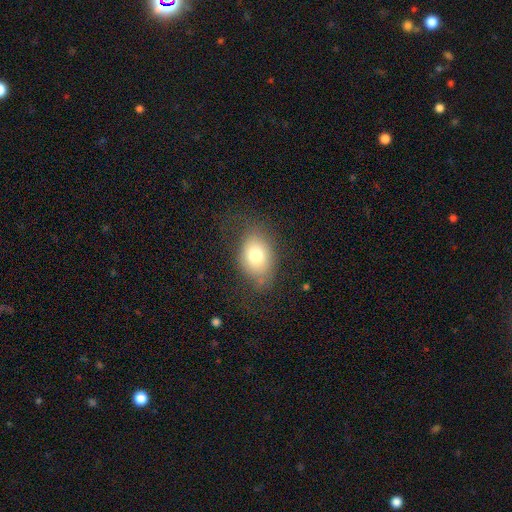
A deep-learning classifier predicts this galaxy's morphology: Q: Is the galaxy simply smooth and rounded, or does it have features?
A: smooth — 74%.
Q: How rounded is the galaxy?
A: in between — 76%.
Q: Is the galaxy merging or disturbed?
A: none — 59%.